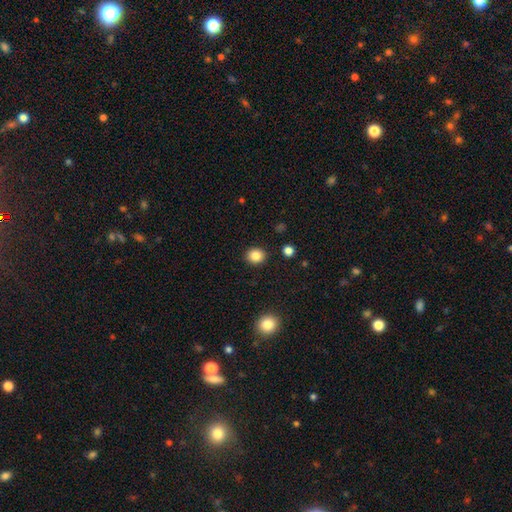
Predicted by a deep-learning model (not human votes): smooth_or_featured: smooth (p=0.85) [alt: star or artifact p=0.10]
how_rounded: round (p=0.78) [alt: in between p=0.21]
merging: none (p=0.91) [alt: minor disturbance p=0.06]